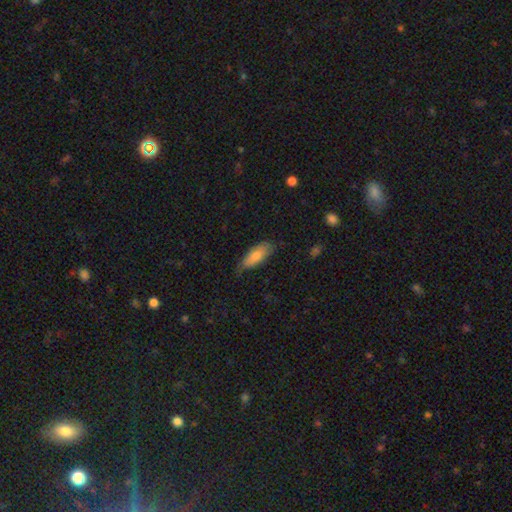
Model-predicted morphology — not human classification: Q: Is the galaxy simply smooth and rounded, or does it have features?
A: smooth — 74%.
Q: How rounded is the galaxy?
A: in between — 70%.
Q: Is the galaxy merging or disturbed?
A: none — 65%.